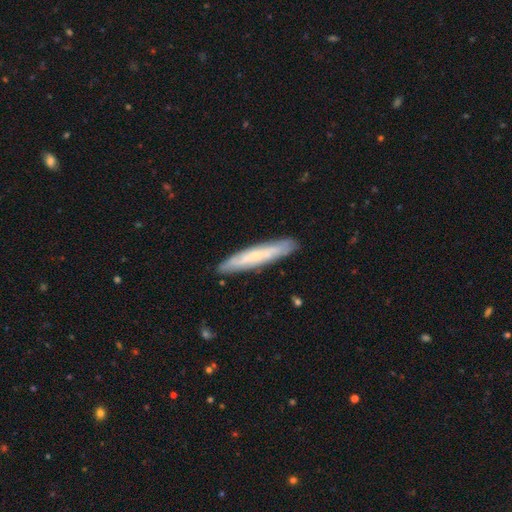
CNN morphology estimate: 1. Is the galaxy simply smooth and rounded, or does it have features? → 49% featured or disk, 44% smooth, 6% star or artifact.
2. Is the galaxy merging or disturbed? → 88% none, 9% minor disturbance, 2% major disturbance, 1% merger.